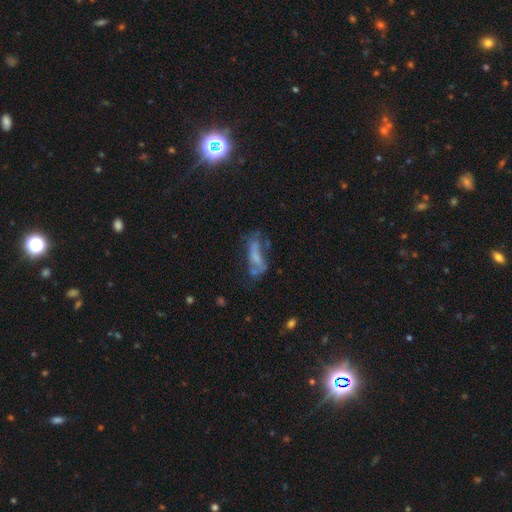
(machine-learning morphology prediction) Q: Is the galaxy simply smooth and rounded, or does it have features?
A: featured or disk — 43%, tied with smooth.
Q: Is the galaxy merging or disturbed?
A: none — 33%.